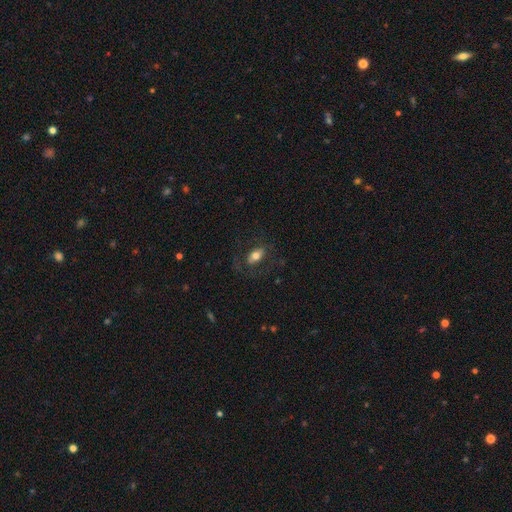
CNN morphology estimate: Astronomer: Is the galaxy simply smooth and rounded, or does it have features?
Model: smooth — 66%.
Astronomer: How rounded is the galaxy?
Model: in between — 87%.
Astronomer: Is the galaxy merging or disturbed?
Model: none — 73%.